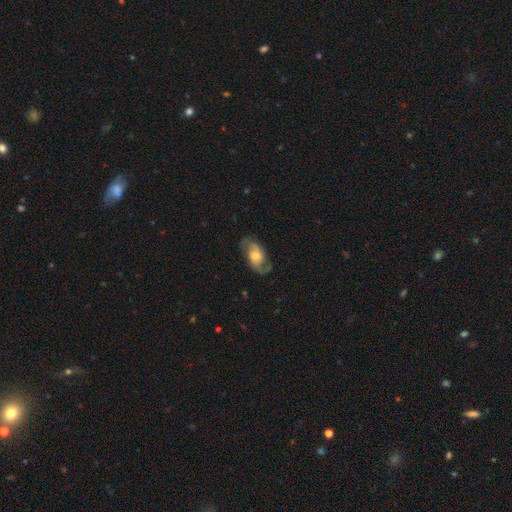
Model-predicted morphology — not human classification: Overall: featured or disk (72%). Edge-on disk: no (94%). Bar: no (54%; weak 36%). Spiral arms: yes (89%). Spiral arm count: 2 (87%). Spiral winding: medium (44%; loose 40%). Bulge size: moderate (52%; small 31%). Merging: none (73%).